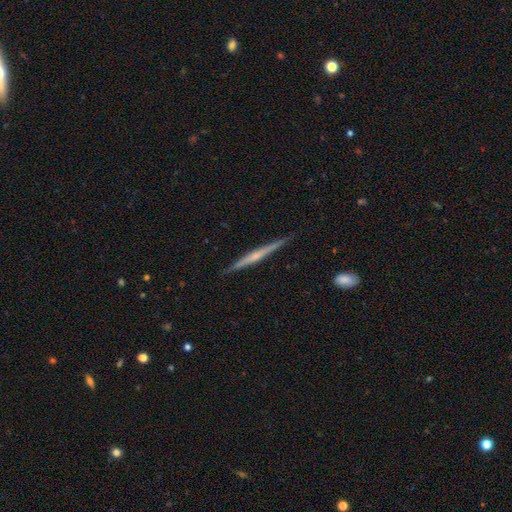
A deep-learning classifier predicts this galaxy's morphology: featured or disk 68%, smooth 26%, star or artifact 6%. Down the decision tree: edge-on disk — yes (98%); edge-on bulge — rounded (48%); merging — none (89%).